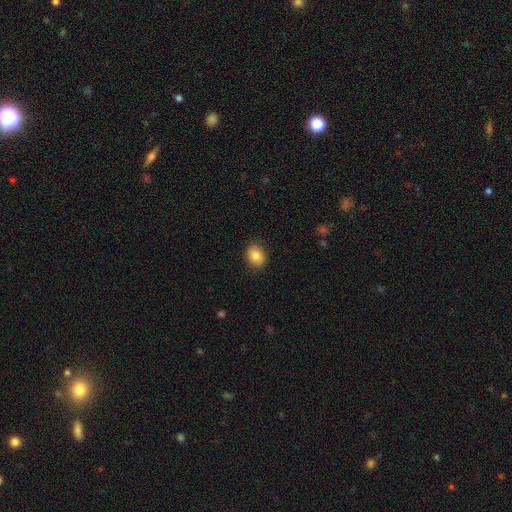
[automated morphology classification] Overall: smooth (83%). How rounded: round (50%; in between 49%). Merging: none (88%).